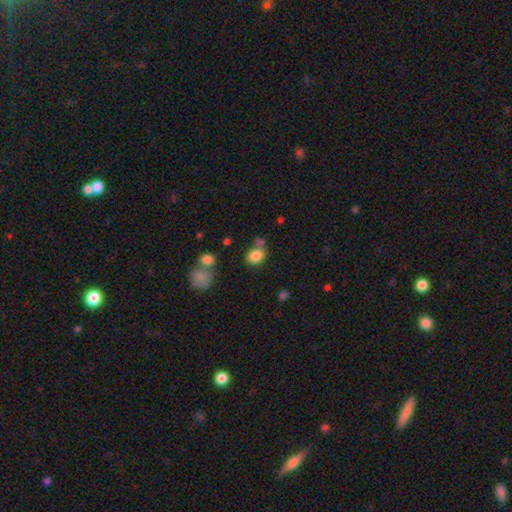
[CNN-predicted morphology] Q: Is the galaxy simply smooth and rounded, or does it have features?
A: smooth — 83%.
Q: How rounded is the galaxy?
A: round — 52%.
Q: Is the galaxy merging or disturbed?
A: none — 59%.